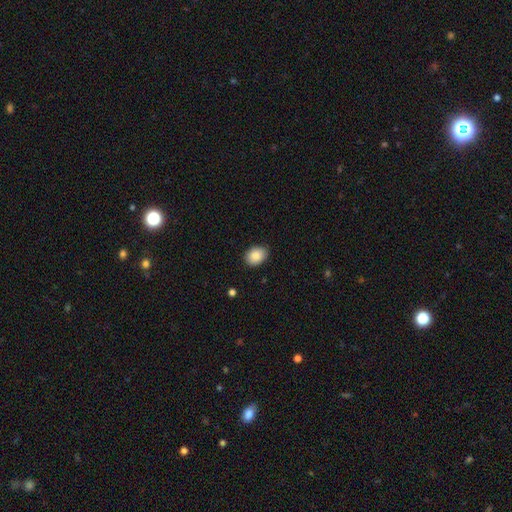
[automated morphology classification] Q: Smooth or featured?
A: smooth (89%); runner-up: star or artifact (7%)
Q: How rounded?
A: in between (65%); runner-up: round (34%)
Q: Merging?
A: none (86%); runner-up: minor disturbance (11%)